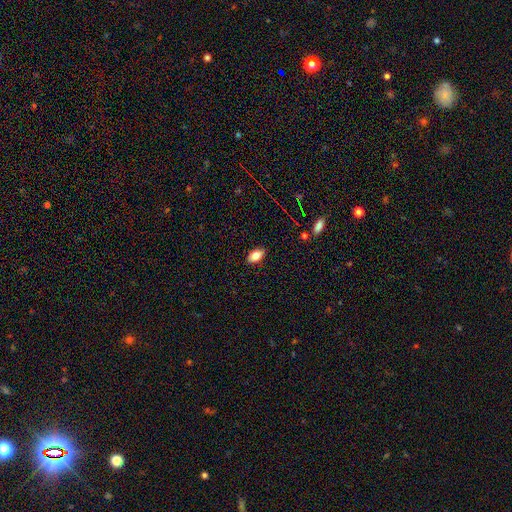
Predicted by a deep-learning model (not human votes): smooth 82%, featured or disk 9%, star or artifact 8%. Down the decision tree: how rounded — in between (91%); merging — none (87%).